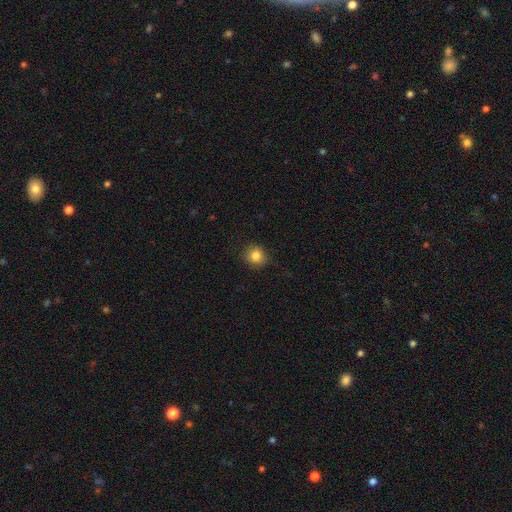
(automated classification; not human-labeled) Q: Smooth or featured?
A: smooth (83%); runner-up: star or artifact (11%)
Q: How rounded?
A: round (85%); runner-up: in between (14%)
Q: Merging?
A: none (84%); runner-up: minor disturbance (12%)